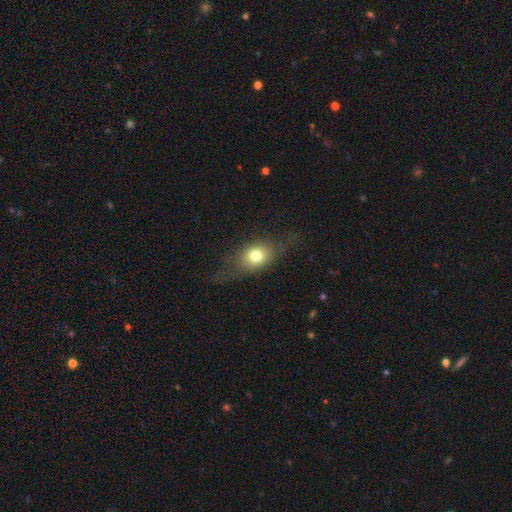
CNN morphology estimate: Overall: smooth (69%). How rounded: in between (55%; round 40%). Merging: none (63%).